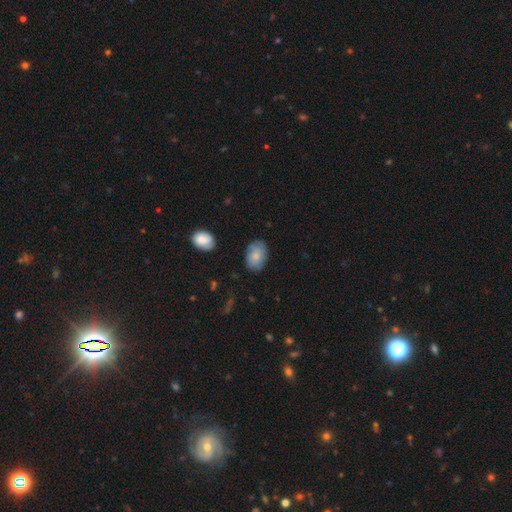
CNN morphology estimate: smooth-or-featured: smooth: 76% | featured or disk: 18% | star or artifact: 7%
  how-rounded: in between: 85% | round: 14% | cigar-shaped: 1%
  merging: none: 76% | minor disturbance: 18% | major disturbance: 4% | merger: 2%